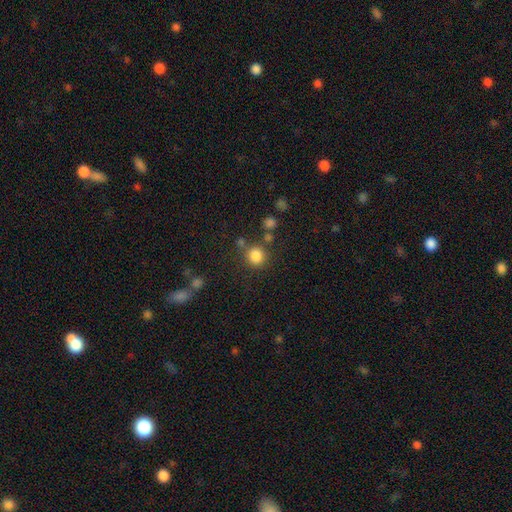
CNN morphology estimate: smooth-or-featured: smooth: 83% | star or artifact: 12% | featured or disk: 5%
  how-rounded: round: 88% | in between: 11% | cigar-shaped: 1%
  merging: none: 74% | minor disturbance: 11% | merger: 10% | major disturbance: 5%